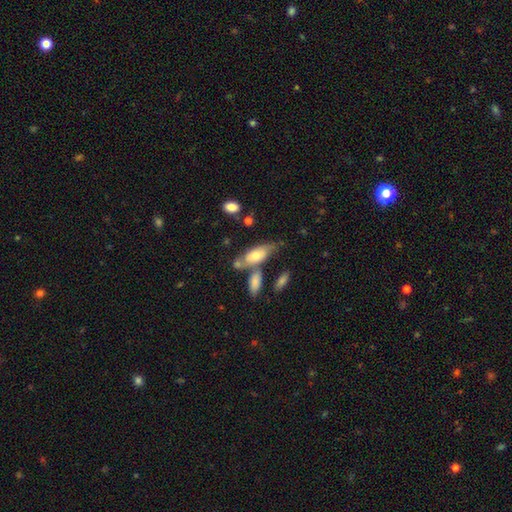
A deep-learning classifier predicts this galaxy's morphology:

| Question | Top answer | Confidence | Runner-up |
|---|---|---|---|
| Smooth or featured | smooth | 63% | featured or disk (30%) |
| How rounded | in between | 78% | cigar-shaped (19%) |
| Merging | none | 46% | merger (26%) |